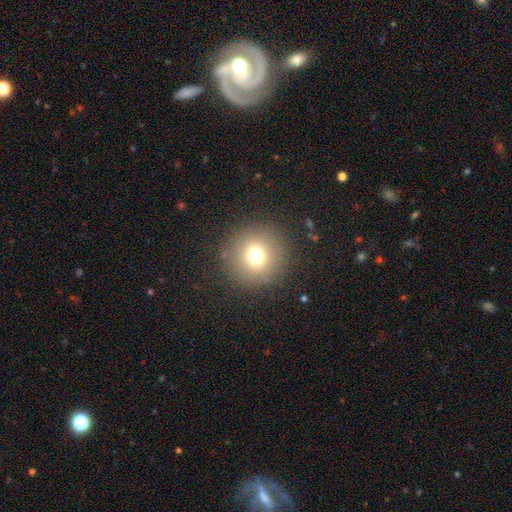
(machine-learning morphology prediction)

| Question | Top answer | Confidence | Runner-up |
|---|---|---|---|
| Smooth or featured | smooth | 72% | star or artifact (17%) |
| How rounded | round | 95% | in between (4%) |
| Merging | none | 88% | minor disturbance (6%) |